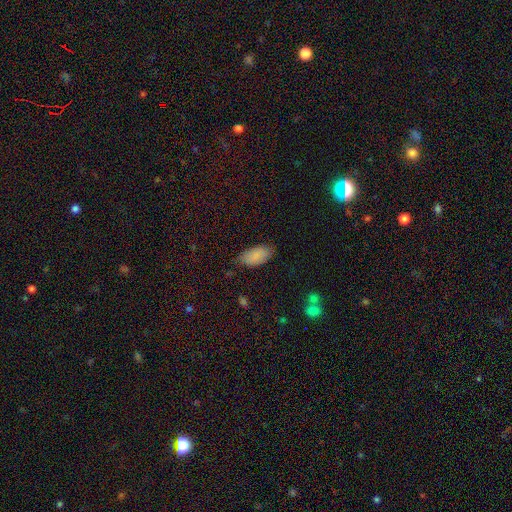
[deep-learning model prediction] Q: Smooth or featured?
A: smooth (87%); runner-up: star or artifact (7%)
Q: How rounded?
A: in between (94%); runner-up: cigar-shaped (4%)
Q: Merging?
A: none (75%); runner-up: minor disturbance (21%)